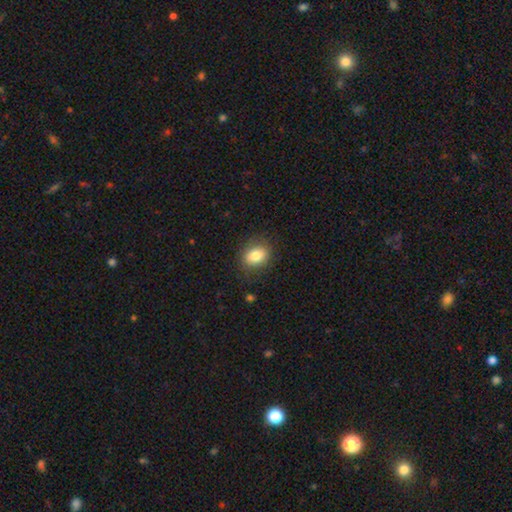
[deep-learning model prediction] Overall: smooth (82%). How rounded: in between (58%; round 41%). Merging: none (84%).